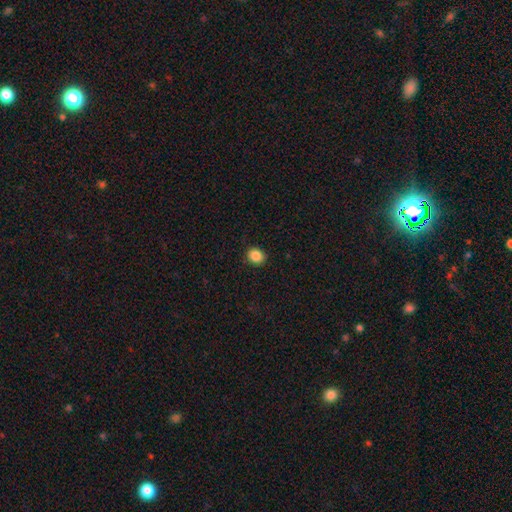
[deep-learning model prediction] A smooth galaxy with no disk features (87%) that is round (66%). Merging: none (90%).